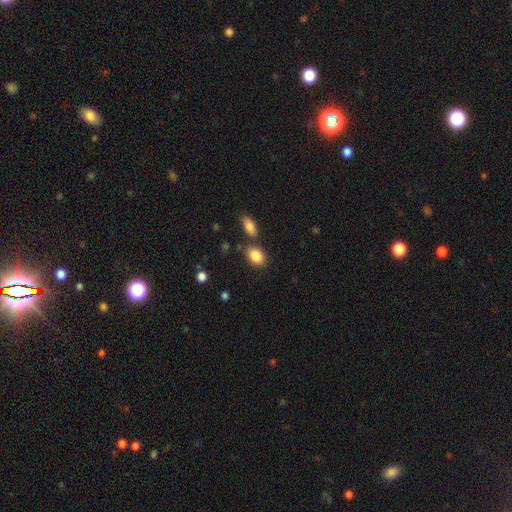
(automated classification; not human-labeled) A smooth galaxy with no disk features (86%) that is in between round and cigar-shaped (79%). Merging: none (72%).